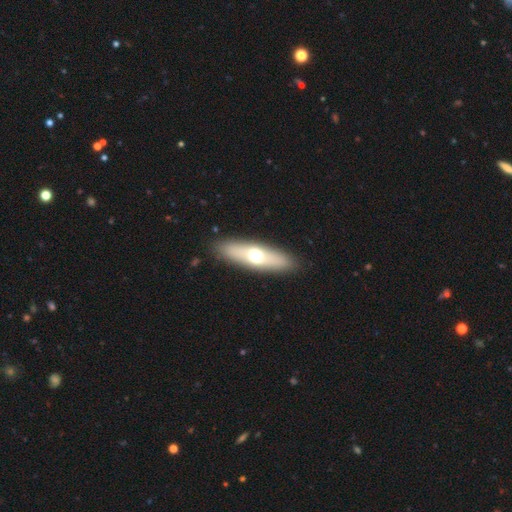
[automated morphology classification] smooth 54%, featured or disk 39%, star or artifact 6%. Down the decision tree: how rounded — cigar-shaped (54%); merging — none (89%).